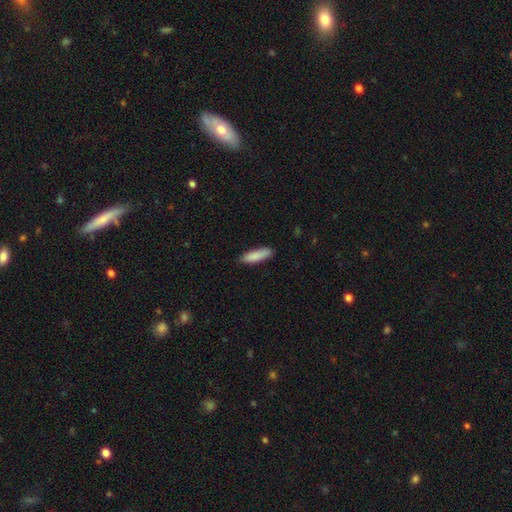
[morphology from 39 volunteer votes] Smooth or featured? smooth (90%)
How rounded? cigar-shaped (71%)
Merging? none (84%)